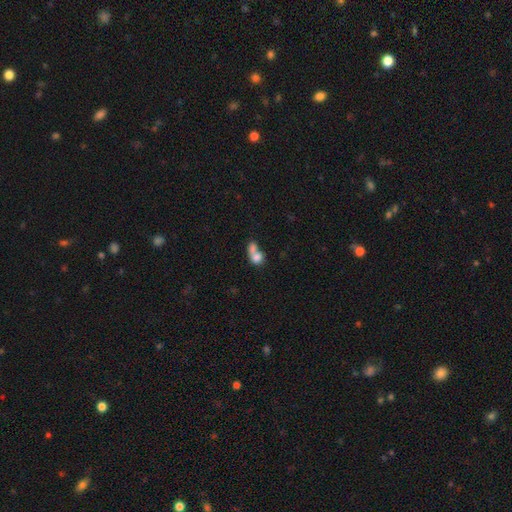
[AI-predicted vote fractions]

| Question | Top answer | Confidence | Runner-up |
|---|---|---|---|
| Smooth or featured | smooth | 74% | featured or disk (17%) |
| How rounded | in between | 58% | round (40%) |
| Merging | merger | 72% | none (17%) |